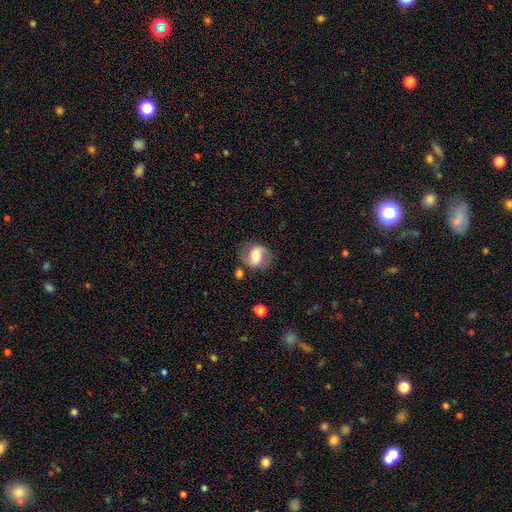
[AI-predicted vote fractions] This appears to be a smooth galaxy with no disk features (48%). Merging: none (69%).